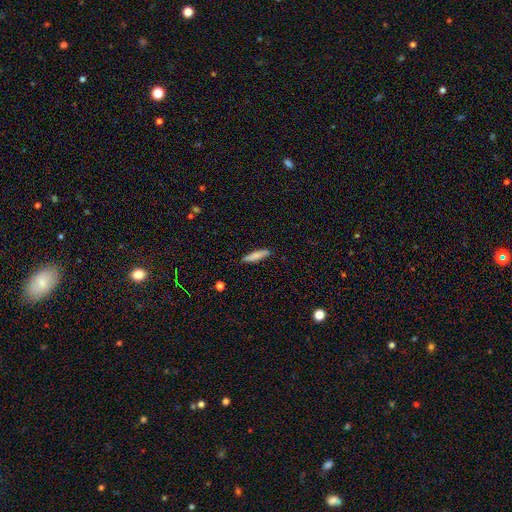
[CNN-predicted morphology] This is likely a smooth galaxy (77%). How rounded: clearly cigar-shaped (82%). Merging: clearly none (89%).